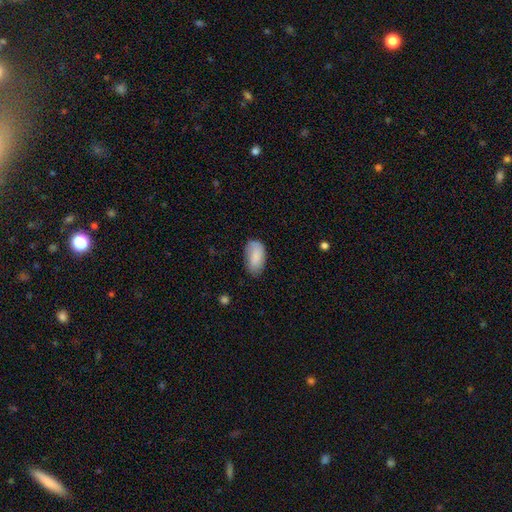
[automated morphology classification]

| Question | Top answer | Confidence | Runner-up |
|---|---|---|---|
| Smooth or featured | smooth | 83% | featured or disk (10%) |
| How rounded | in between | 95% | round (3%) |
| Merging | none | 70% | minor disturbance (23%) |